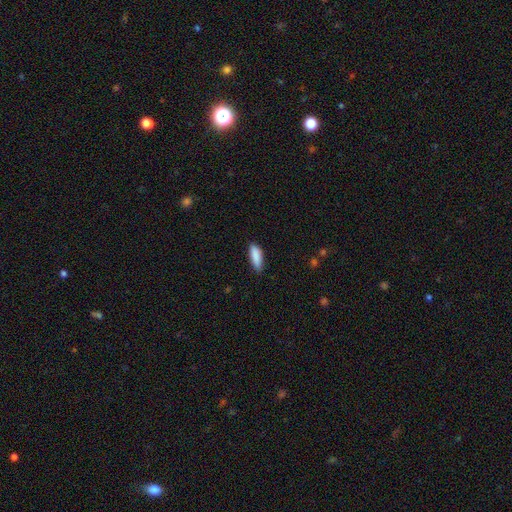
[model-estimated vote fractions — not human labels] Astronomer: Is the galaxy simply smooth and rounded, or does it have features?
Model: smooth — 88%.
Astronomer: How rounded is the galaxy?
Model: in between — 54% (runner-up: cigar-shaped, 44%).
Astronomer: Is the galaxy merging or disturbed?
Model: none — 80%.